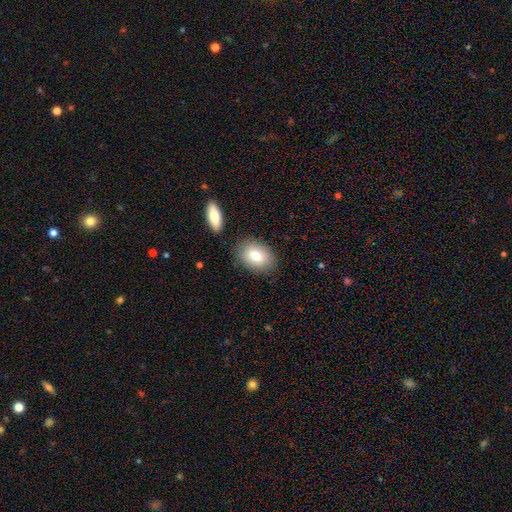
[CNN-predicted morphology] Overall: smooth (78%). How rounded: in between (73%). Merging: none (81%).